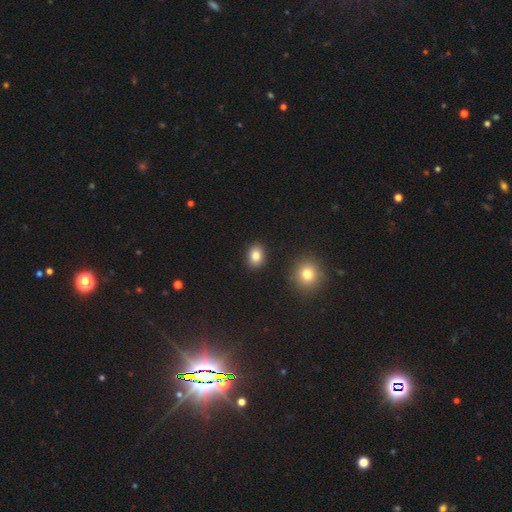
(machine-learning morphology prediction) A smooth galaxy with no disk features (84%) that is in between round and cigar-shaped (62%). Merging: none (89%).